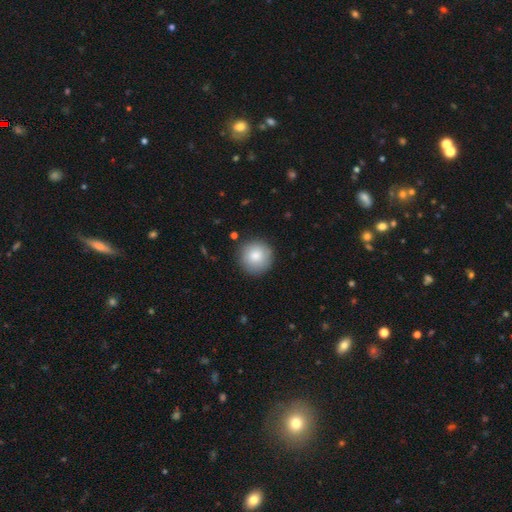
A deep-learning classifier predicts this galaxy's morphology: Smooth or featured? smooth (84%)
How rounded? round (95%)
Merging? none (89%)